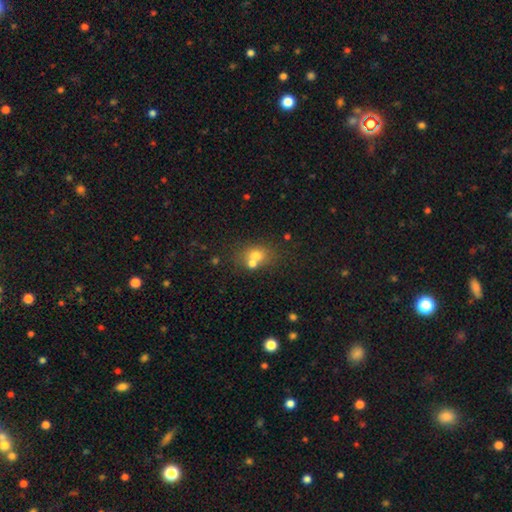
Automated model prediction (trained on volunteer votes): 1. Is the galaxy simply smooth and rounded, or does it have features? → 68% smooth, 17% featured or disk, 15% star or artifact.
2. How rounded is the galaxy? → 53% round, 46% in between, 1% cigar-shaped.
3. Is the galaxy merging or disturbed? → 44% none, 41% merger, 10% minor disturbance, 5% major disturbance.